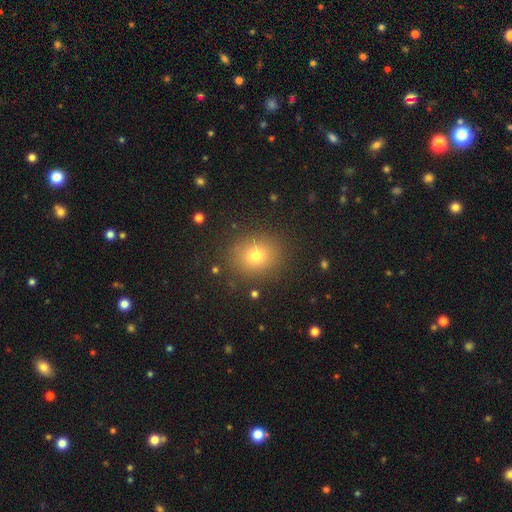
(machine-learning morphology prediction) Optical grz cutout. It shows a smooth galaxy with no disk features (75%) that is round (70%). Merging: none (87%).